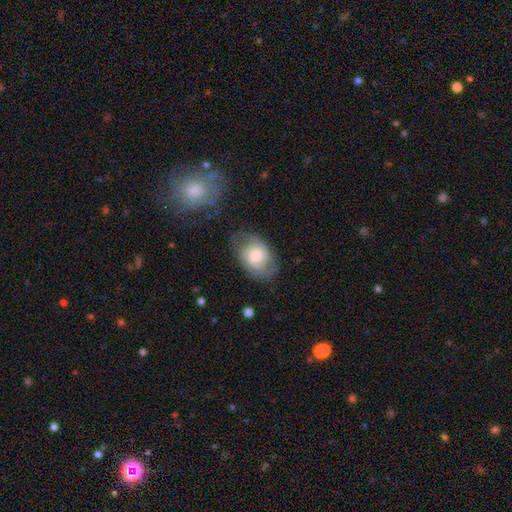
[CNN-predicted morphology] Q: Smooth or featured?
A: featured or disk (57%); runner-up: smooth (36%)
Q: Edge-on disk?
A: no (96%); runner-up: yes (4%)
Q: Bar?
A: no (66%); runner-up: weak (29%)
Q: Spiral arms?
A: yes (82%); runner-up: no (18%)
Q: Bulge size?
A: moderate (60%); runner-up: small (31%)
Q: Merging?
A: none (62%); runner-up: minor disturbance (23%)